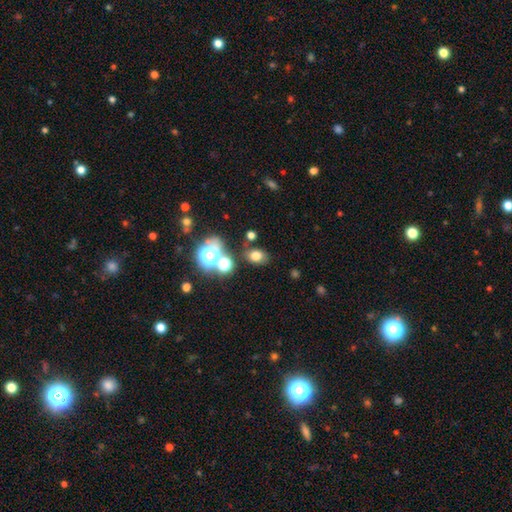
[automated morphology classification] A smooth galaxy with no disk features (71%) that is in between round and cigar-shaped (64%).

Vote fractions:
- Smooth or featured? smooth: 71% / star or artifact: 20% / featured or disk: 10%
- How rounded? in between: 64% / round: 35% / cigar-shaped: 1%
- Merging? none: 74% / minor disturbance: 12% / merger: 10% / major disturbance: 4%